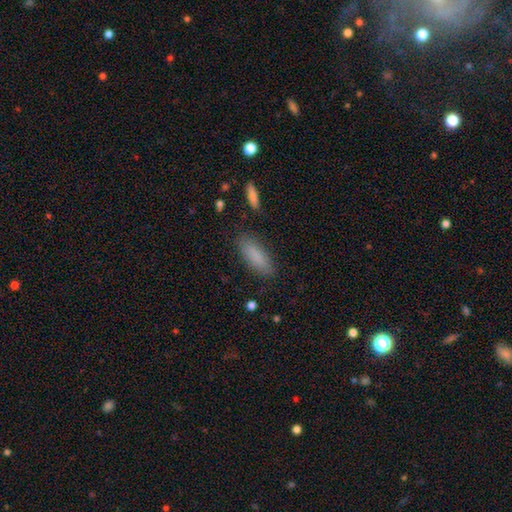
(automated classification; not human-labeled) A smooth galaxy with no disk features (86%) that is in between round and cigar-shaped (61%).

Vote fractions:
- Smooth or featured? smooth: 86% / star or artifact: 7% / featured or disk: 7%
- How rounded? in between: 61% / cigar-shaped: 37% / round: 2%
- Merging? none: 84% / minor disturbance: 11% / major disturbance: 3% / merger: 2%